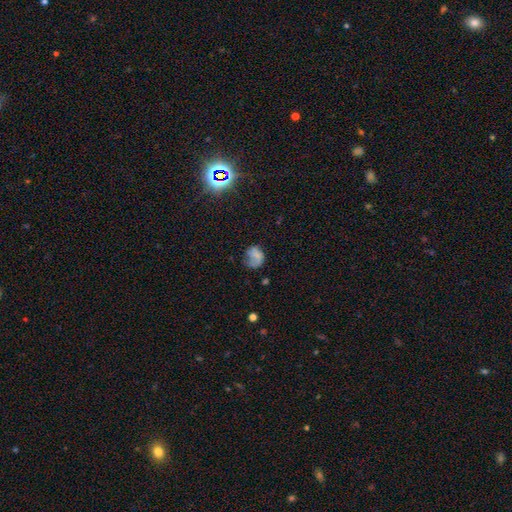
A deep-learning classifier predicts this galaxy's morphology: smooth_or_featured: smooth (p=0.60) [alt: featured or disk p=0.25]
how_rounded: round (p=0.55) [alt: in between p=0.44]
merging: none (p=0.38) [alt: minor disturbance p=0.29]